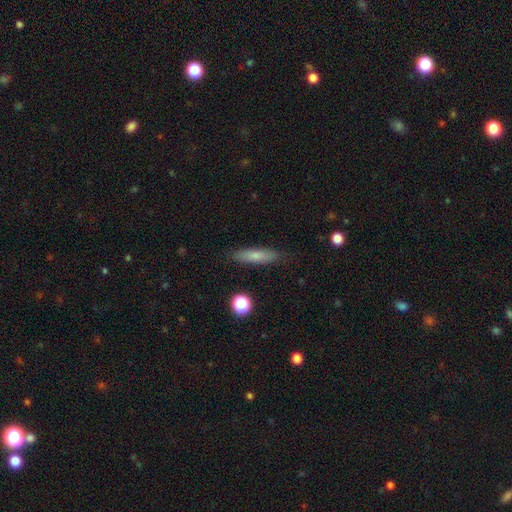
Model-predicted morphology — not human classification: Overall: smooth (73%). How rounded: cigar-shaped (76%). Merging: none (85%).